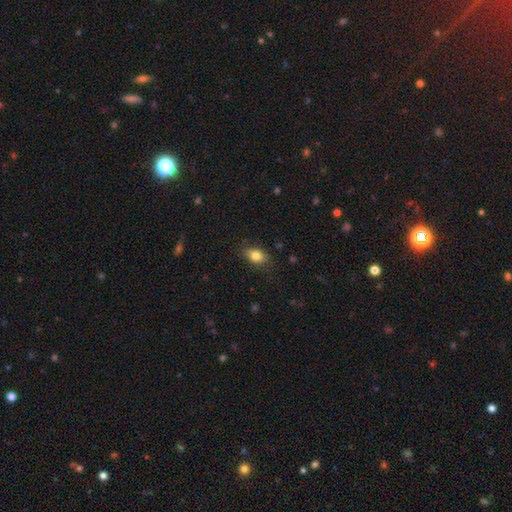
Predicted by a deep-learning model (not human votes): smooth 83%, featured or disk 9%, star or artifact 8%. Down the decision tree: how rounded — in between (83%); merging — none (82%).